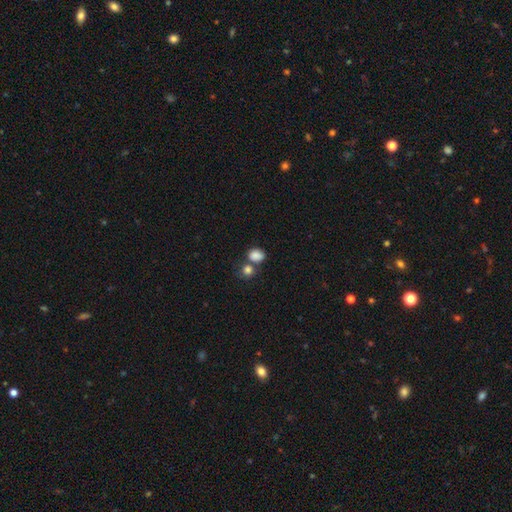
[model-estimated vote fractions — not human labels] This appears to be a smooth galaxy with no disk features (85%) that is in between round and cigar-shaped (54%). Merging: none (47%).